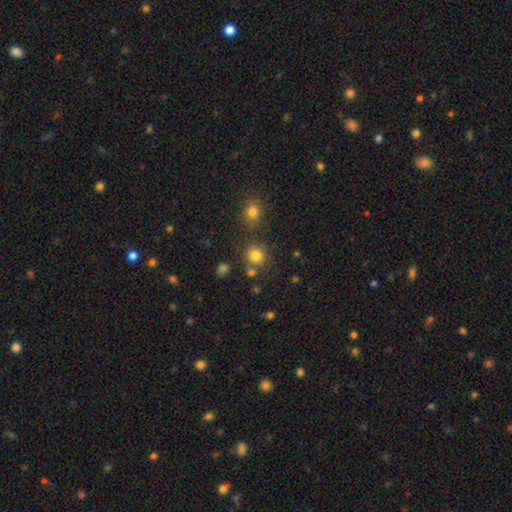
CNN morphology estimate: Smooth or featured? smooth (79%)
How rounded? round (85%)
Merging? none (73%)